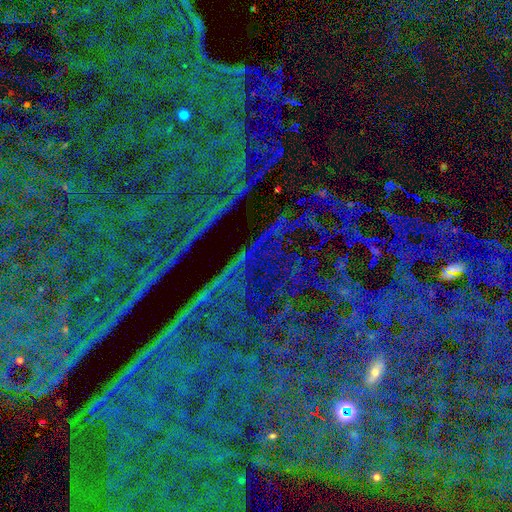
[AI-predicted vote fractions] Smooth or featured?
  - star or artifact: 86% *
  - featured or disk: 8%
  - smooth: 7%